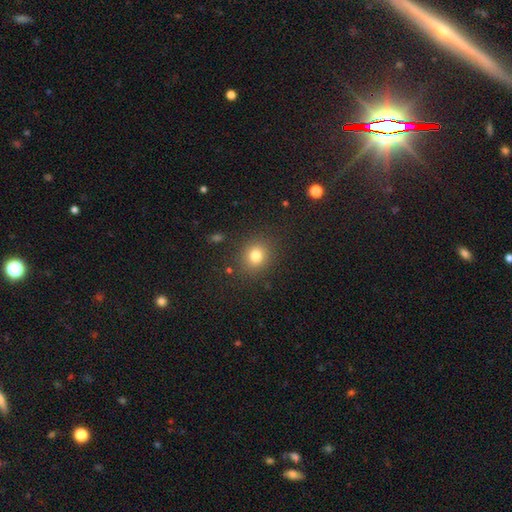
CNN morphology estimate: The model was most divided on "how rounded": round: 75%, in between: 25%, cigar-shaped: 1%. More confident: merging — none (85%); smooth or featured — smooth (79%).